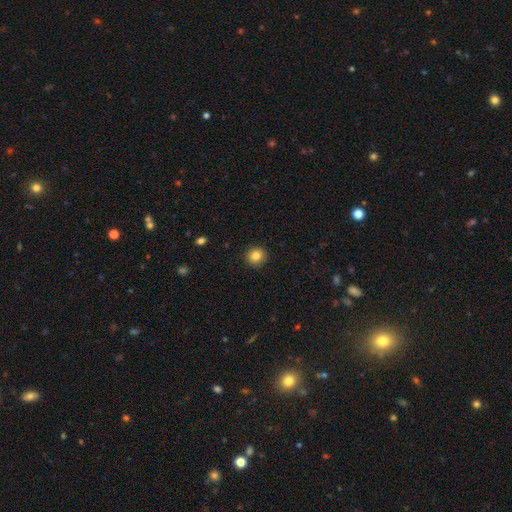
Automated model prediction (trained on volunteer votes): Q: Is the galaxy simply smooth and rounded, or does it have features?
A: smooth — 83%.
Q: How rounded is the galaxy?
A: round — 93%.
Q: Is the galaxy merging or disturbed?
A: none — 92%.